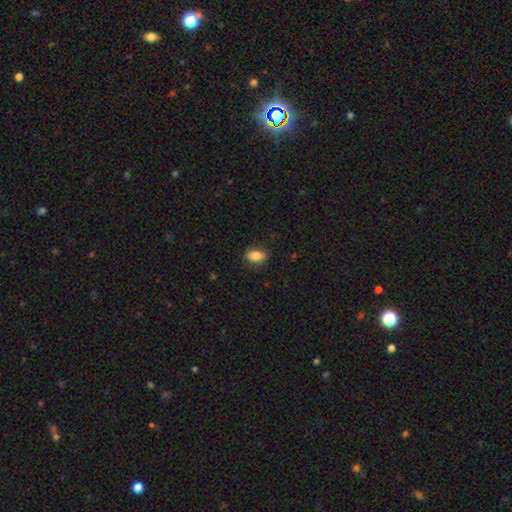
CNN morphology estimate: Smooth or featured?
  - smooth: 81% *
  - featured or disk: 10%
  - star or artifact: 8%
How rounded?
  - in between: 86% *
  - round: 10%
  - cigar-shaped: 4%
Merging?
  - none: 82% *
  - minor disturbance: 14%
  - major disturbance: 3%
  - merger: 1%